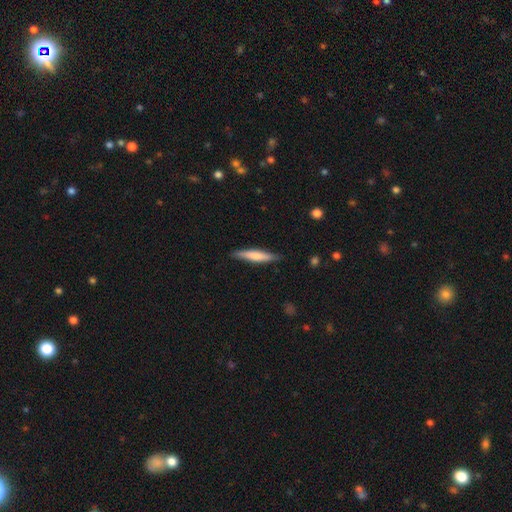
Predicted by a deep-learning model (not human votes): The model was most divided on "smooth or featured": smooth: 61%, featured or disk: 34%, star or artifact: 5%. More confident: how rounded — cigar-shaped (89%); merging — none (86%).